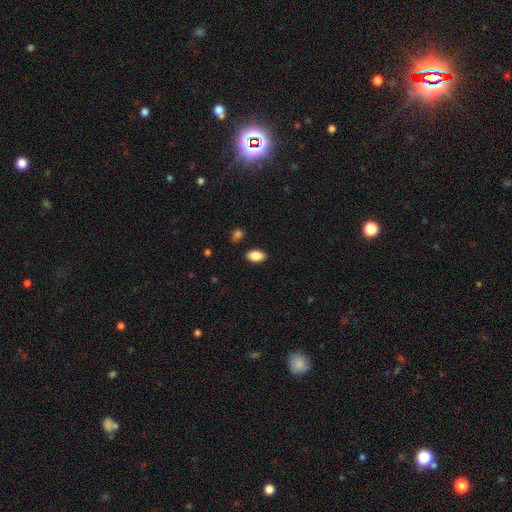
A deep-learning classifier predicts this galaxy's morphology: This appears to be a smooth galaxy with no disk features (87%) that is in between round and cigar-shaped (93%). Merging: none (86%).